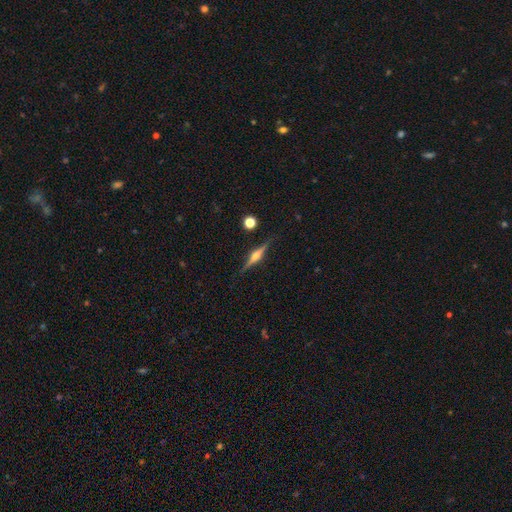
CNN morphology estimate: smooth_or_featured: featured or disk (p=0.78) [alt: smooth p=0.15]
disk_edge_on: yes (p=0.98) [alt: no p=0.02]
edge_on_bulge: rounded (p=0.88) [alt: boxy p=0.09]
merging: none (p=0.88) [alt: minor disturbance p=0.08]